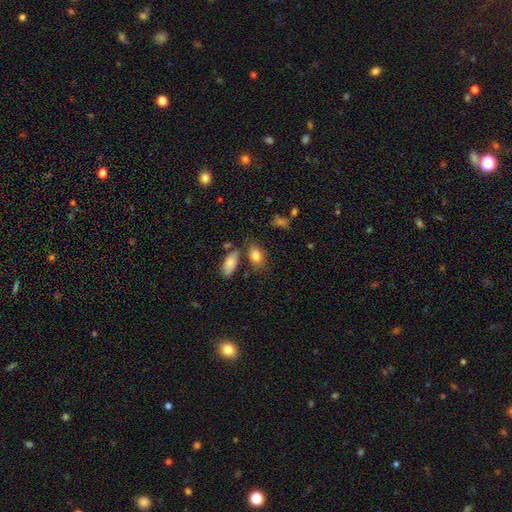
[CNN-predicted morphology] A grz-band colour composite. It shows a smooth galaxy with no disk features (83%) that is in between round and cigar-shaped (85%). Merging: none (67%).